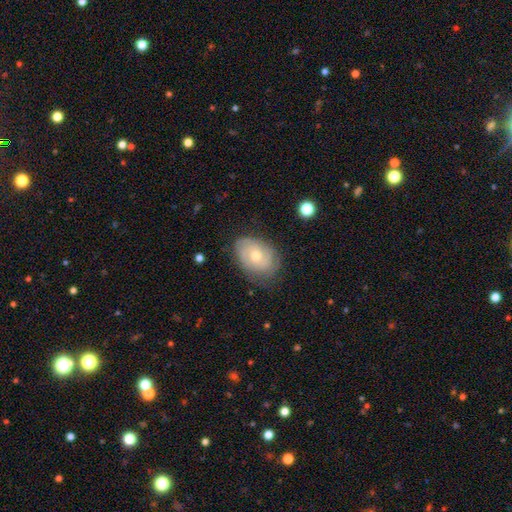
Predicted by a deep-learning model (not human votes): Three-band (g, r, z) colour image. It shows a featured or disk galaxy (65%) with no bar (75%), can't tell (39%, tied with 2) tight (63%) spiral arms (85%) and a moderate central bulge (59%). Merging: none (74%).